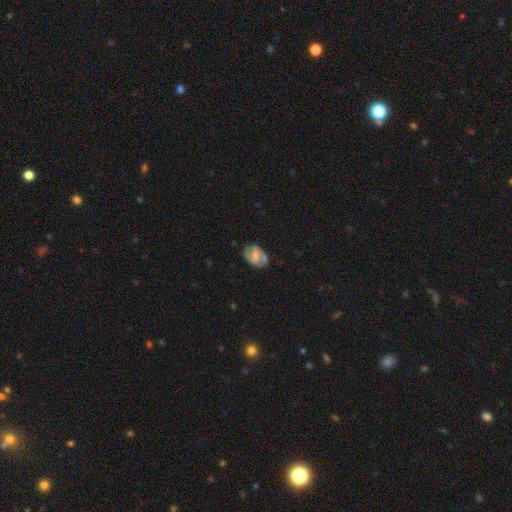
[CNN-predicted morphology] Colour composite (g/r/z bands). It shows a featured or disk galaxy (61%) with a weak bar (46%), spiral arms (77%) and a small central bulge (37%). Merging: none (61%).